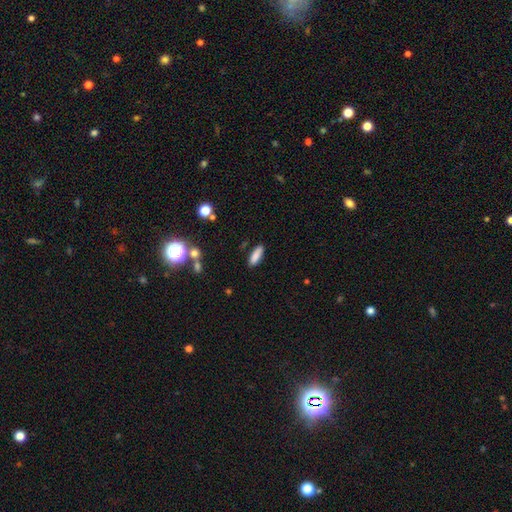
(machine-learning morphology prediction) smooth-or-featured: smooth: 85% | star or artifact: 8% | featured or disk: 6%
  how-rounded: in between: 56% | cigar-shaped: 42% | round: 2%
  merging: none: 85% | minor disturbance: 10% | major disturbance: 2% | merger: 2%